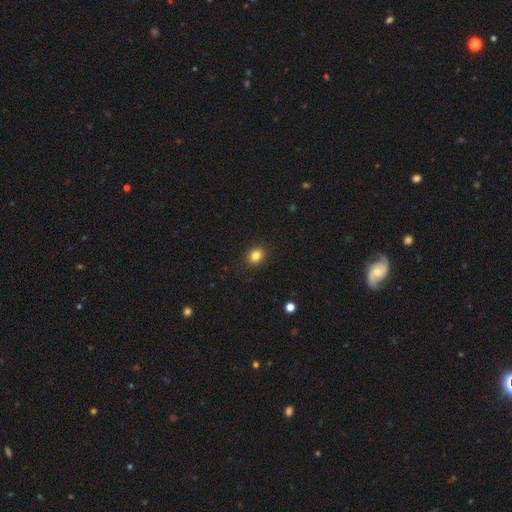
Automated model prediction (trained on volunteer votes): This is clearly a smooth galaxy (84%). How rounded: possibly round (52%). Merging: clearly none (89%).